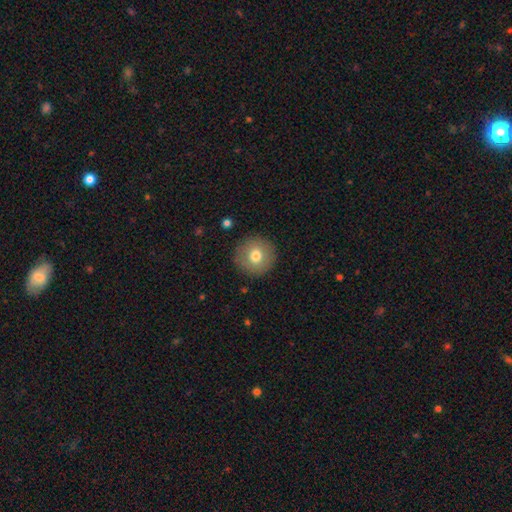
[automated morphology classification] Q: Smooth or featured?
A: smooth (74%); runner-up: featured or disk (17%)
Q: How rounded?
A: round (95%); runner-up: in between (4%)
Q: Merging?
A: none (90%); runner-up: minor disturbance (7%)